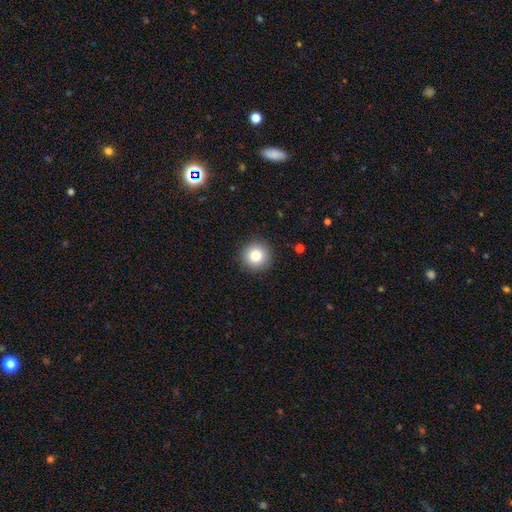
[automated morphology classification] This is clearly a smooth galaxy (83%). How rounded: clearly round (95%). Merging: clearly none (91%).